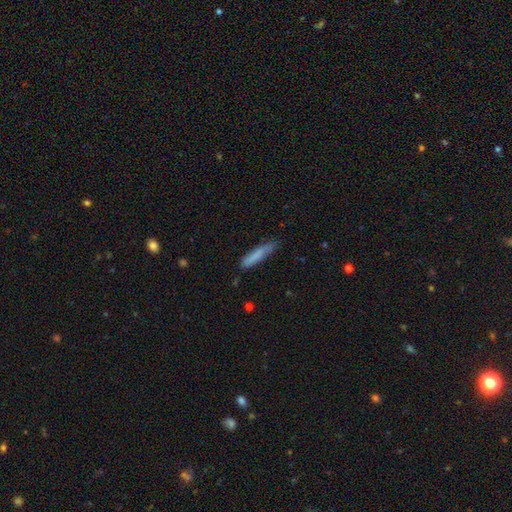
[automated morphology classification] This appears to be a smooth galaxy with no disk features (80%) that is cigar-shaped (90%). Merging: none (74%).